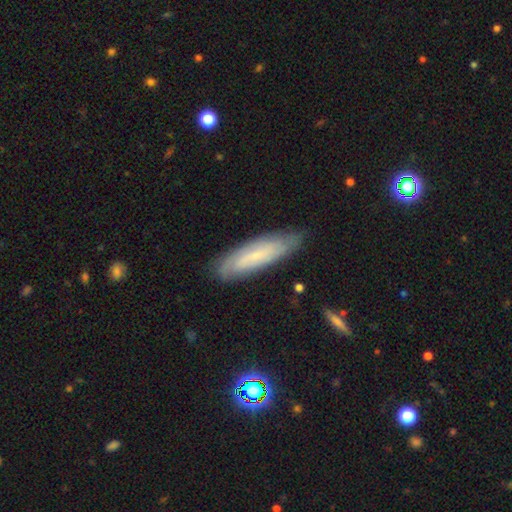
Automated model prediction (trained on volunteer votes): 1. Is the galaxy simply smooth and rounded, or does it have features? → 48% smooth, 44% featured or disk, 8% star or artifact.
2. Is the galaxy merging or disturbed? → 79% none, 16% minor disturbance, 3% major disturbance, 2% merger.